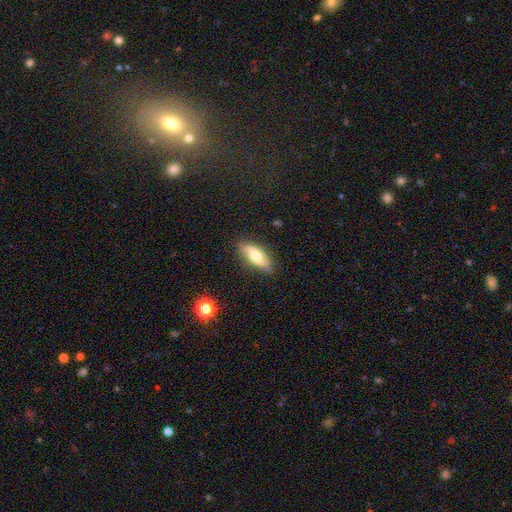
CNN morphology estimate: Smooth or featured? Predicted: smooth (p=0.54). How rounded? Predicted: in between (p=0.79). Merging? Predicted: none (p=0.81).